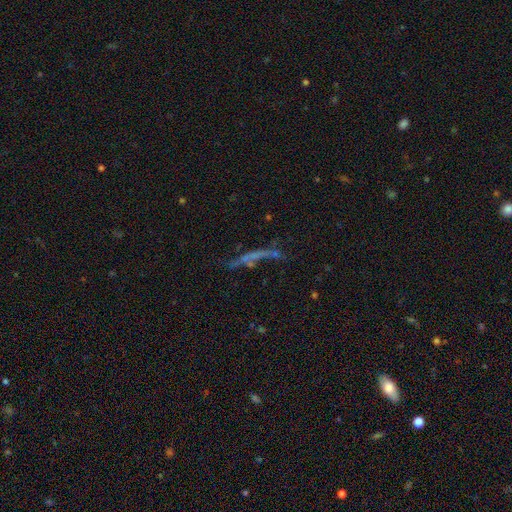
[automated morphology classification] Overall: featured or disk (43%; star or artifact 29%). Merging: none (41%; major disturbance 28%).